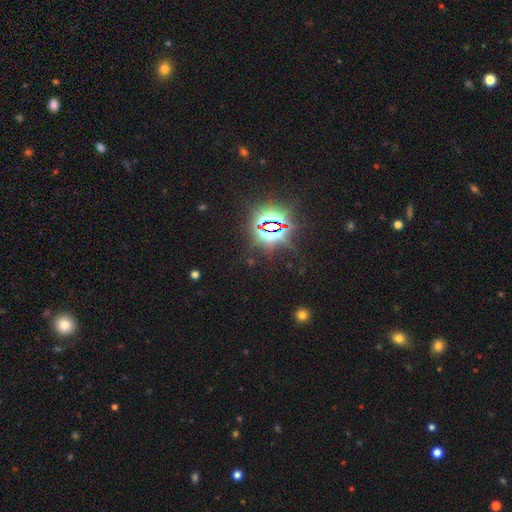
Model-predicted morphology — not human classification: Smooth or featured? Predicted: star or artifact (p=0.84).